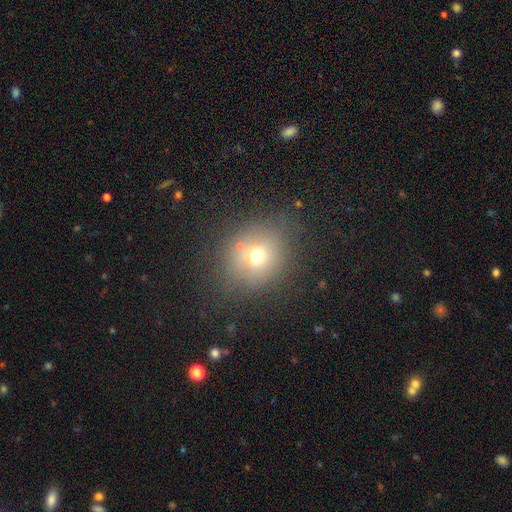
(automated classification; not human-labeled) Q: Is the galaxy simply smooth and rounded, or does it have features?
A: smooth — 65%.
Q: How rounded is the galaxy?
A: round — 77%.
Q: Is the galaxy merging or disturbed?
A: none — 74%.